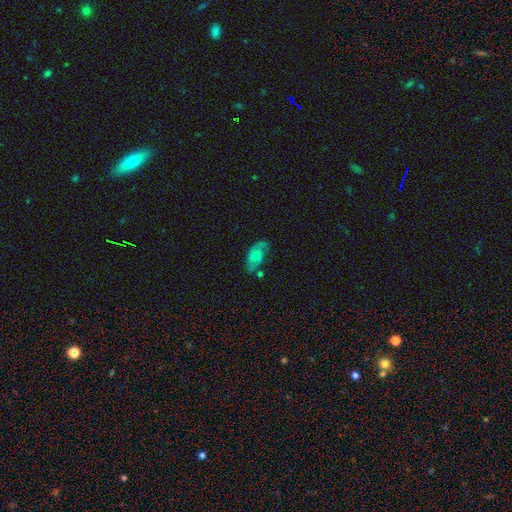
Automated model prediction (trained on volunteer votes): smooth_or_featured: featured or disk (p=0.48) [alt: smooth p=0.43]
merging: none (p=0.53) [alt: minor disturbance p=0.27]